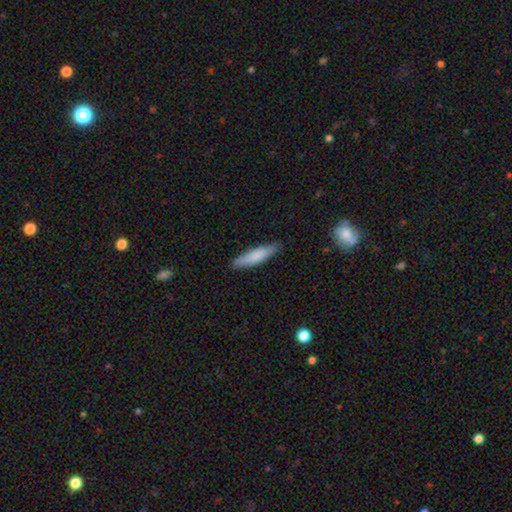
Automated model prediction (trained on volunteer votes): Smooth or featured? smooth (79%)
How rounded? cigar-shaped (79%)
Merging? none (85%)